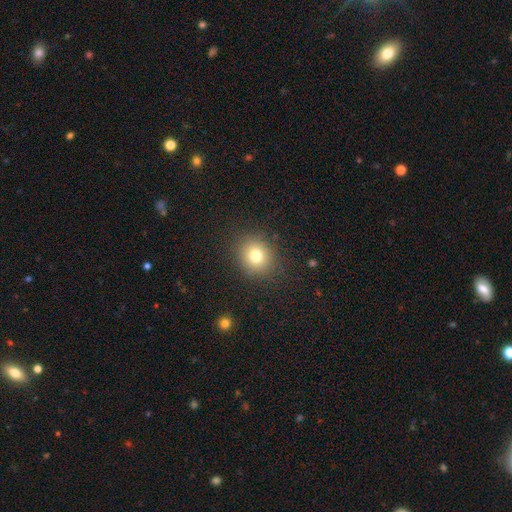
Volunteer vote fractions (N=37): Smooth or featured?
  - smooth: 84% *
  - featured or disk: 8%
  - star or artifact: 8%
How rounded?
  - round: 68% *
  - in between: 32%
  - cigar-shaped: 0%
Merging?
  - none: 88% *
  - minor disturbance: 9%
  - major disturbance: 3%
  - merger: 0%